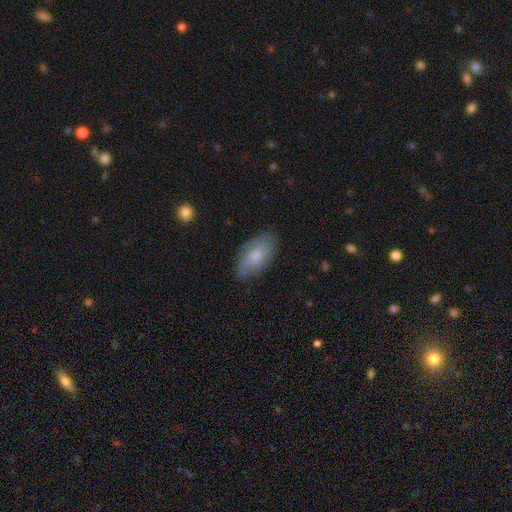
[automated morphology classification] type=smooth (72%); roundness=in between (93%); merging=none (77%).